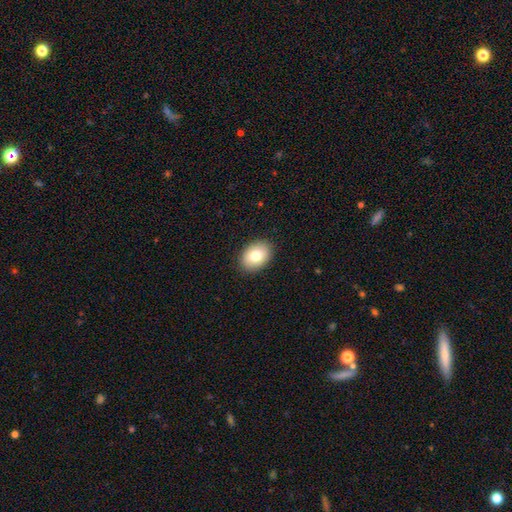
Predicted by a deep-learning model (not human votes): A smooth galaxy with no disk features (79%) that is in between round and cigar-shaped (78%). Merging: none (90%).